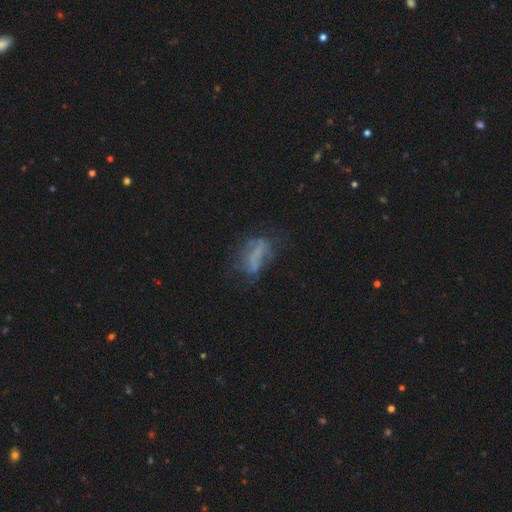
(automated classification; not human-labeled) featured or disk 45%, smooth 37%, star or artifact 18%. Down the decision tree: merging — none (39%).